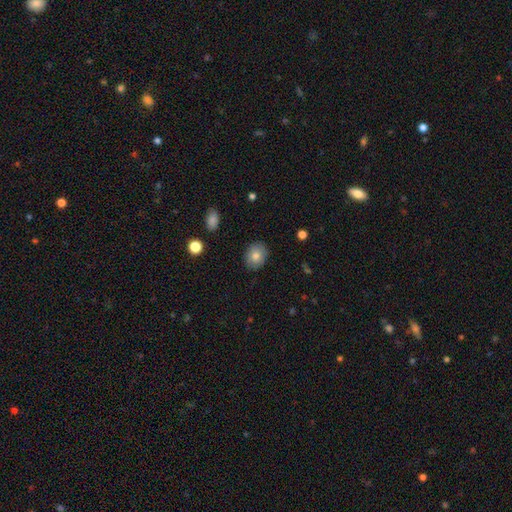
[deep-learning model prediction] smooth 79%, featured or disk 13%, star or artifact 8%. Down the decision tree: how rounded — in between (58%); merging — none (86%).